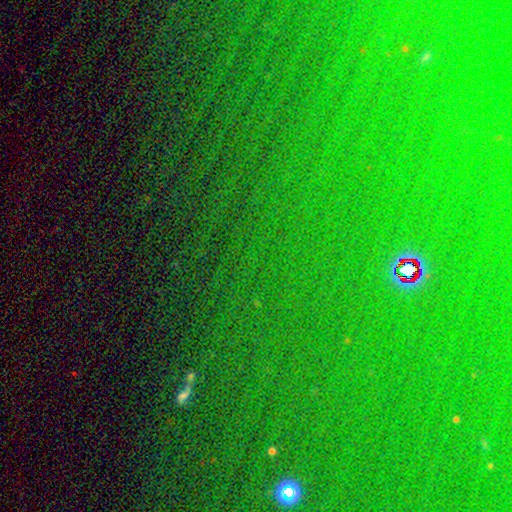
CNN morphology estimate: star or artifact 81%, smooth 11%, featured or disk 8%.